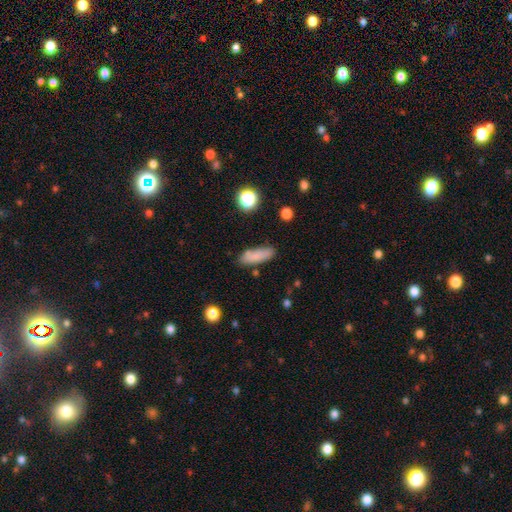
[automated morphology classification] Smooth or featured? Predicted: smooth (p=0.82). How rounded? Predicted: cigar-shaped (p=0.52). Merging? Predicted: none (p=0.78).